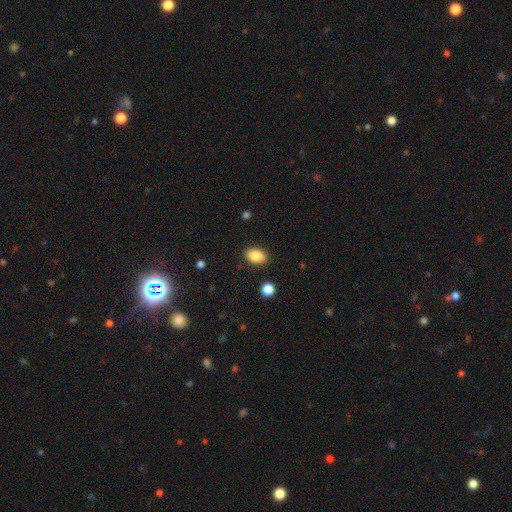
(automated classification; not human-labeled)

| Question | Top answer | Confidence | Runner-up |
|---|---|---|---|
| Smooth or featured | smooth | 88% | star or artifact (8%) |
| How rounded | in between | 84% | round (15%) |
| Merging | none | 87% | minor disturbance (9%) |